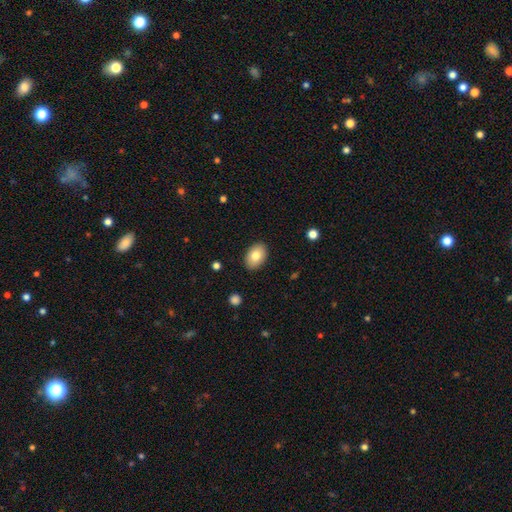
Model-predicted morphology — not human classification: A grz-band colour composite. It shows a smooth galaxy with no disk features (81%) that is in between round and cigar-shaped (87%). Merging: none (88%).